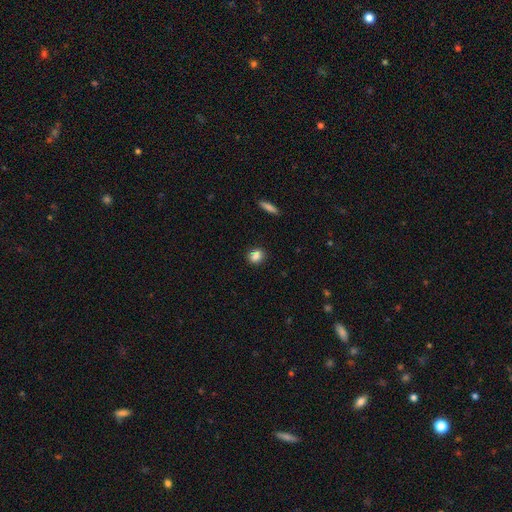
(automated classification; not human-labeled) The model was most divided on "how rounded": round: 57%, in between: 41%, cigar-shaped: 2%. More confident: merging — none (87%); smooth or featured — smooth (85%).